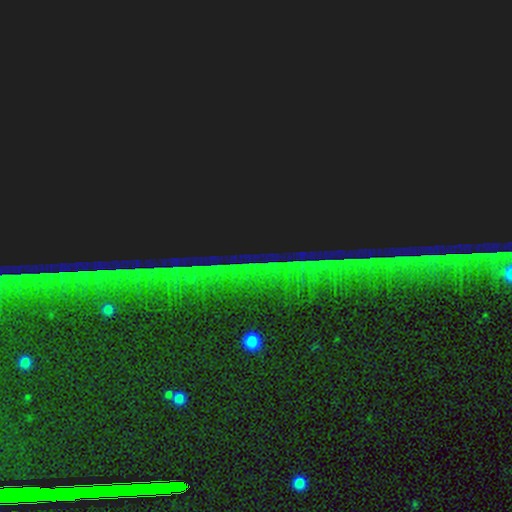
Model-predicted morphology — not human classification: This appears to be a star or artifact, not a galaxy (84%).